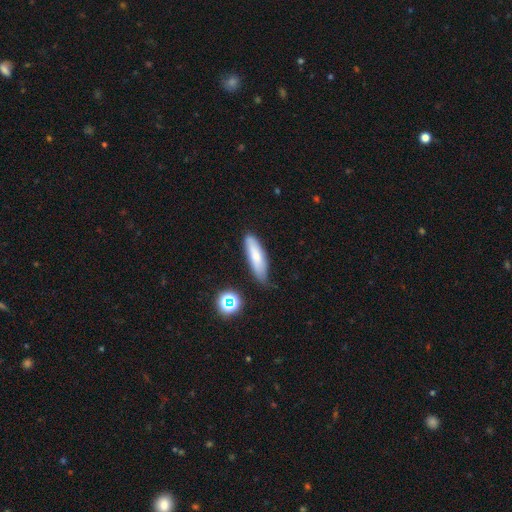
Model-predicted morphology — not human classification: Overall: smooth (72%). How rounded: cigar-shaped (59%; in between 39%). Merging: none (61%; minor disturbance 29%).